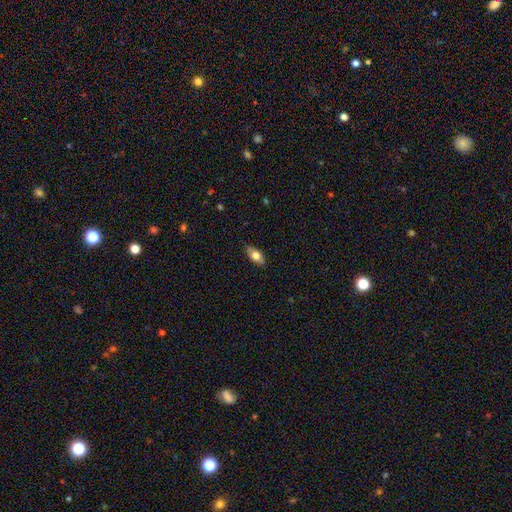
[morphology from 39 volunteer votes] A smooth galaxy with no disk features (69%) that is in between round and cigar-shaped (89%).

Vote fractions:
- Smooth or featured? smooth: 69% / featured or disk: 26% / star or artifact: 5%
- How rounded? in between: 89% / cigar-shaped: 7% / round: 4%
- Merging? none: 89% / minor disturbance: 8% / merger: 3% / major disturbance: 0%